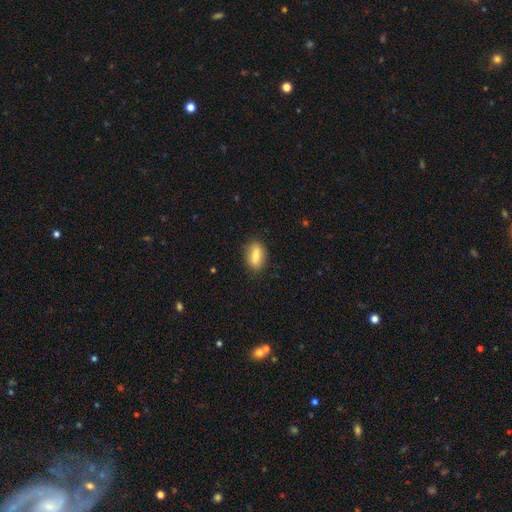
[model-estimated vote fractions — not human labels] A smooth galaxy with no disk features (75%) that is in between round and cigar-shaped (81%). Merging: none (83%).